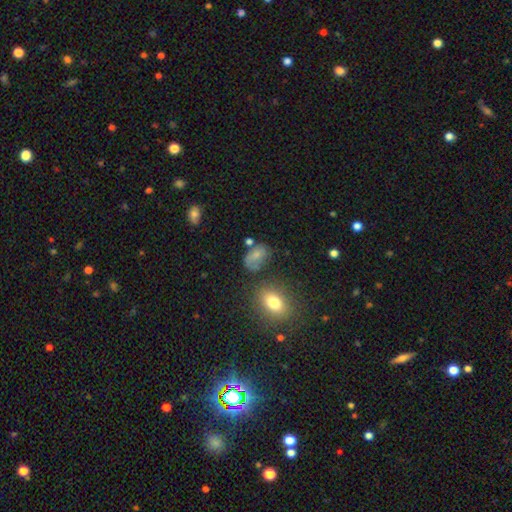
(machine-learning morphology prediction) A smooth galaxy with no disk features (66%) that is in between round and cigar-shaped (81%). Merging: none (47%).